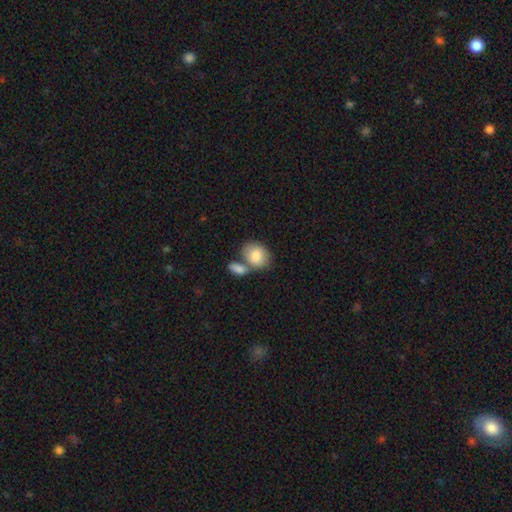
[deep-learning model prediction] Smooth or featured: smooth — 81% (featured or disk — 13%)
How rounded: in between — 60% (round — 38%)
Merging: none — 41% (tied with merger — 41%)